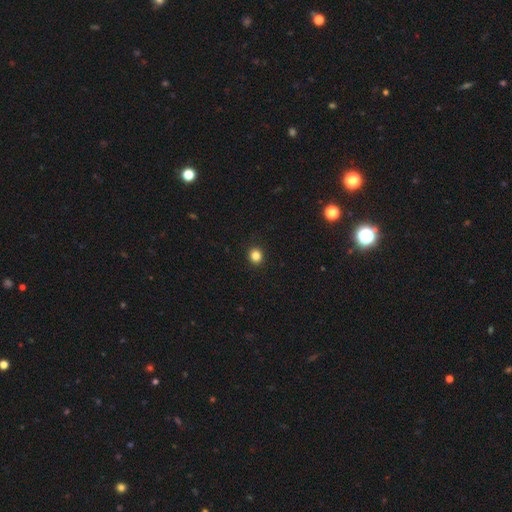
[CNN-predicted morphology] smooth 85%, star or artifact 12%, featured or disk 4%. Down the decision tree: how rounded — round (89%); merging — none (93%).